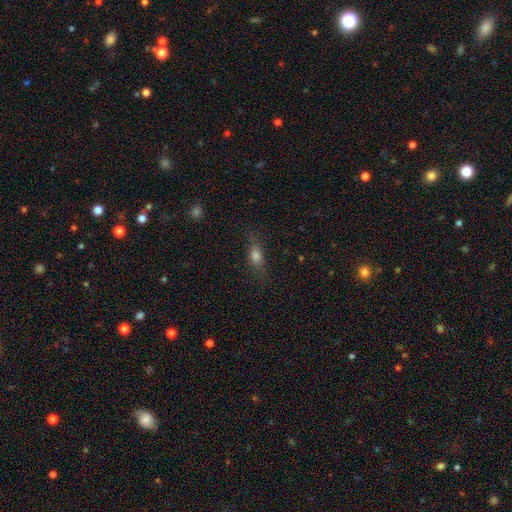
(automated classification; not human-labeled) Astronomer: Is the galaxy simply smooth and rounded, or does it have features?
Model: smooth — 67%.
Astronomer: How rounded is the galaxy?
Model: in between — 59%.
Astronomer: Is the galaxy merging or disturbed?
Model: none — 75%.